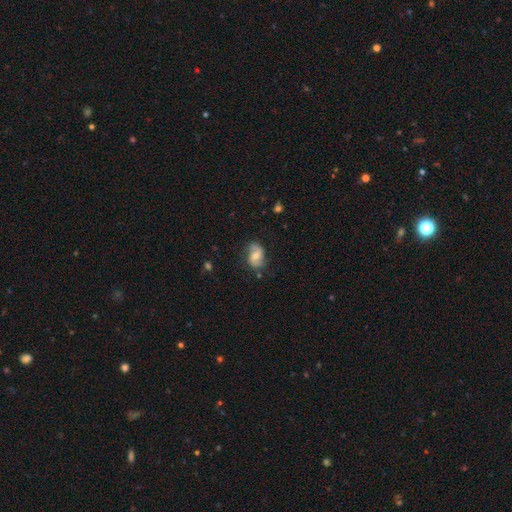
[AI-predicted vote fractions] The model was most divided on "spiral winding": loose: 42%, medium: 40%, tight: 17%. More confident: edge-on disk — no (97%); spiral arms — yes (90%); spiral arm count — 2 (89%); merging — none (75%); smooth or featured — featured or disk (64%); bulge size — moderate (64%); bar — no (54%).